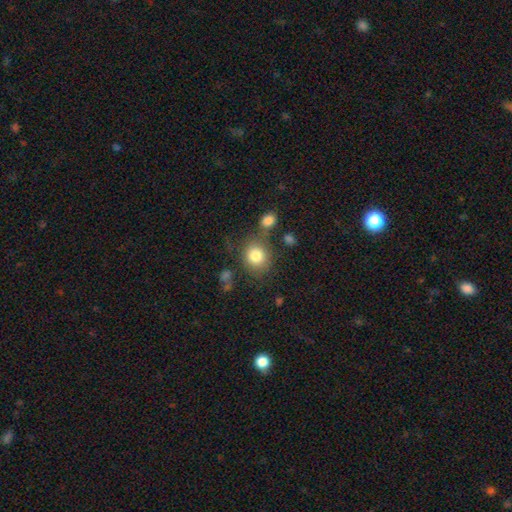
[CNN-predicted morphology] The model was most divided on "how rounded": round: 74%, in between: 25%, cigar-shaped: 1%. More confident: smooth or featured — smooth (82%); merging — none (68%).